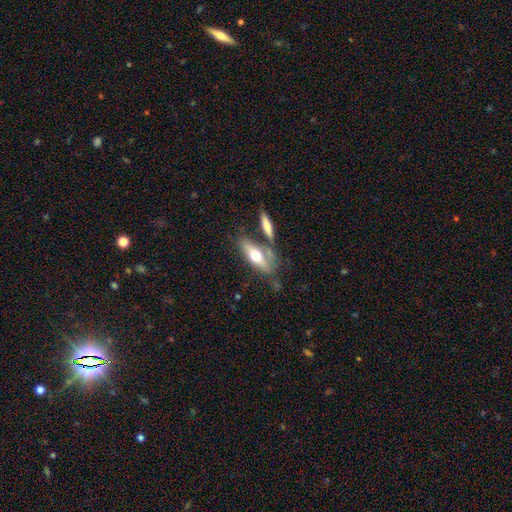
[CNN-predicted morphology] smooth-or-featured: smooth: 58% | featured or disk: 36% | star or artifact: 6%
  how-rounded: in between: 63% | cigar-shaped: 34% | round: 3%
  merging: none: 50% | merger: 27% | minor disturbance: 16% | major disturbance: 8%